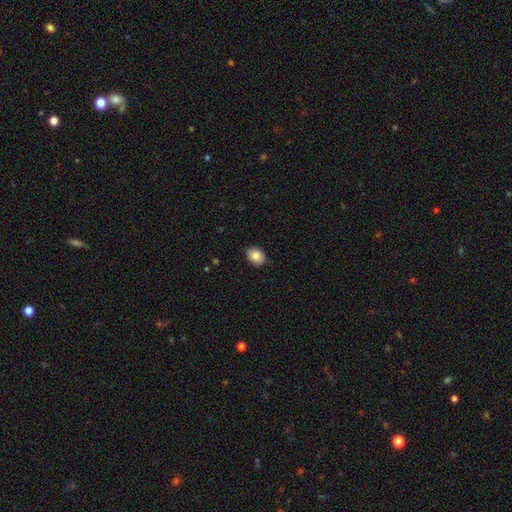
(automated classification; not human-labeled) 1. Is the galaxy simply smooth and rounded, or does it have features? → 84% smooth, 8% featured or disk, 8% star or artifact.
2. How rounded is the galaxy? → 69% in between, 30% round, 1% cigar-shaped.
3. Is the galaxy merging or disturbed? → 87% none, 10% minor disturbance, 2% major disturbance, 1% merger.